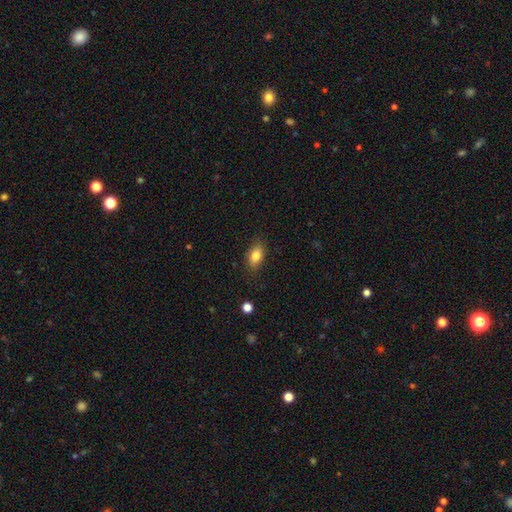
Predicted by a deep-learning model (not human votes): Smooth or featured?
  - smooth: 82% *
  - featured or disk: 9%
  - star or artifact: 9%
How rounded?
  - in between: 87% *
  - round: 8%
  - cigar-shaped: 5%
Merging?
  - none: 84% *
  - minor disturbance: 12%
  - major disturbance: 3%
  - merger: 1%